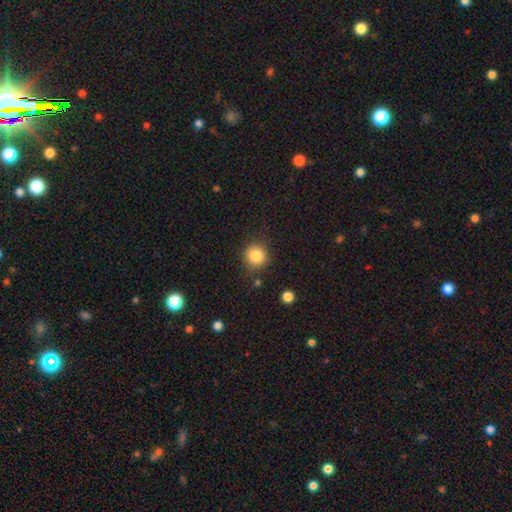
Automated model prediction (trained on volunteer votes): A smooth galaxy with no disk features (84%) that is round (92%). Merging: none (84%).